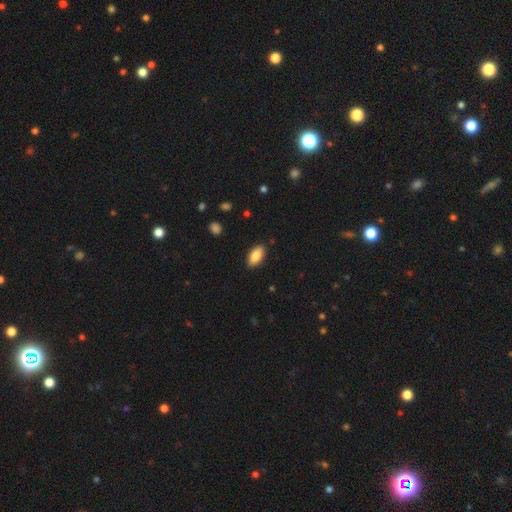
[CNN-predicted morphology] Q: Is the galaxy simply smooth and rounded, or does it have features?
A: smooth — 85%.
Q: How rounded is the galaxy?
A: in between — 89%.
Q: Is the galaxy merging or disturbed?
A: none — 88%.